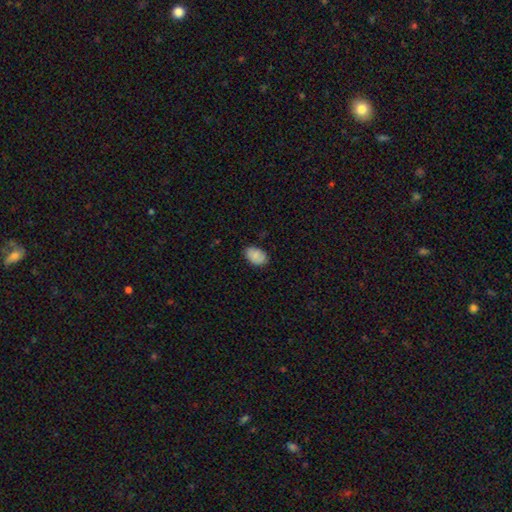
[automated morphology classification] Overall: smooth (84%). How rounded: in between (85%). Merging: none (80%).